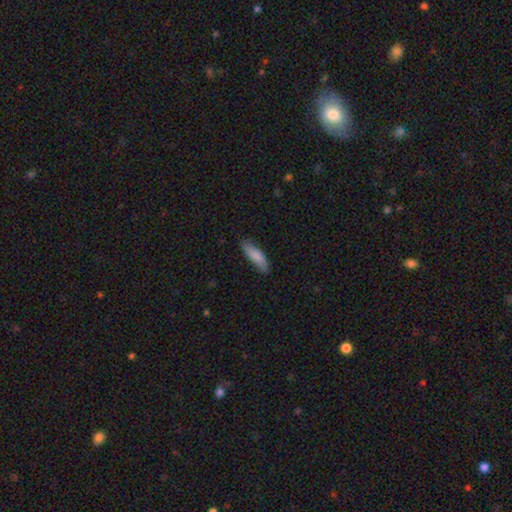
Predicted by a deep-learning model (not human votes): smooth-or-featured: smooth: 84% | featured or disk: 11% | star or artifact: 6%
  how-rounded: in between: 49% (tied) | cigar-shaped: 49% (tied) | round: 2%
  merging: none: 77% | minor disturbance: 19% | major disturbance: 3% | merger: 1%